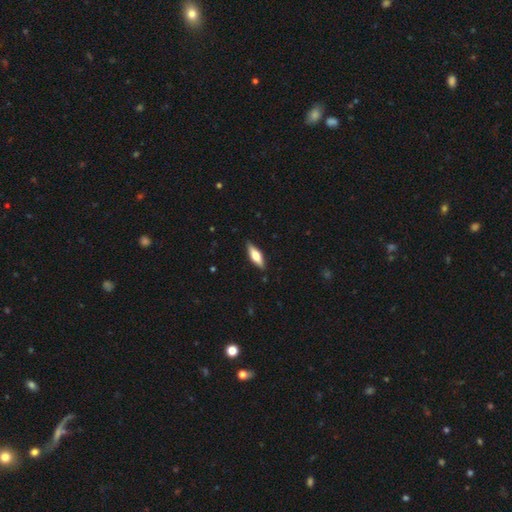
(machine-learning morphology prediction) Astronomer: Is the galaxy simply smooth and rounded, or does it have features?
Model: smooth — 58% (runner-up: featured or disk, 37%).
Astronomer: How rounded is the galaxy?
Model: in between — 55% (runner-up: cigar-shaped, 43%).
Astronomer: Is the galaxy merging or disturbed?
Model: none — 87%.